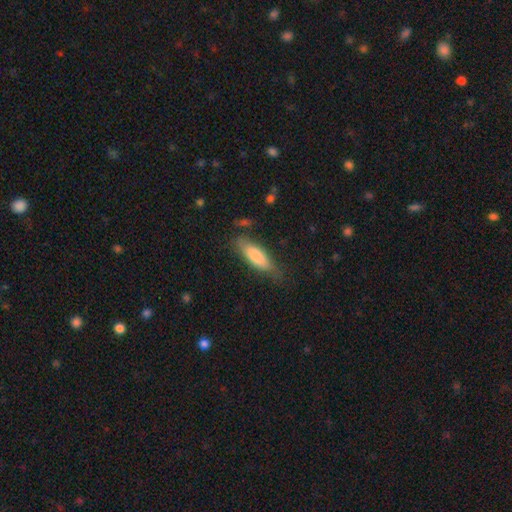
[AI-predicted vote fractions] Q: Smooth or featured?
A: smooth (77%); runner-up: featured or disk (17%)
Q: How rounded?
A: in between (50%); runner-up: cigar-shaped (48%)
Q: Merging?
A: none (74%); runner-up: minor disturbance (19%)